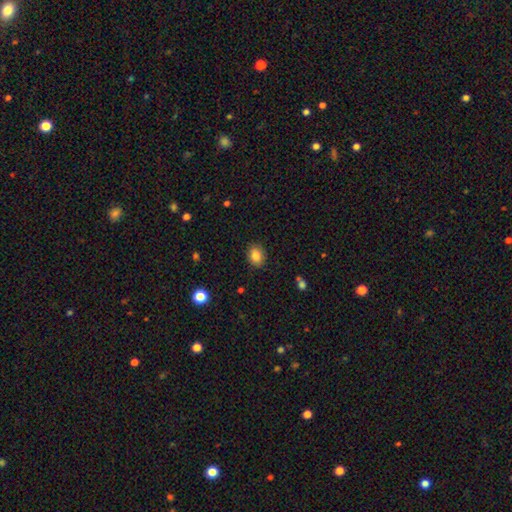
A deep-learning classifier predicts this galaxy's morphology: Q: Smooth or featured?
A: smooth (85%); runner-up: star or artifact (9%)
Q: How rounded?
A: in between (56%); runner-up: round (43%)
Q: Merging?
A: none (87%); runner-up: minor disturbance (10%)